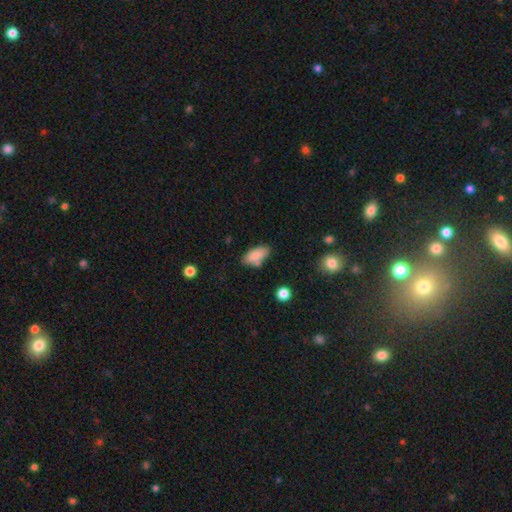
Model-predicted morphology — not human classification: smooth-or-featured: smooth: 83% | featured or disk: 10% | star or artifact: 8%
  how-rounded: in between: 86% | cigar-shaped: 11% | round: 3%
  merging: none: 70% | minor disturbance: 17% | merger: 9% | major disturbance: 4%